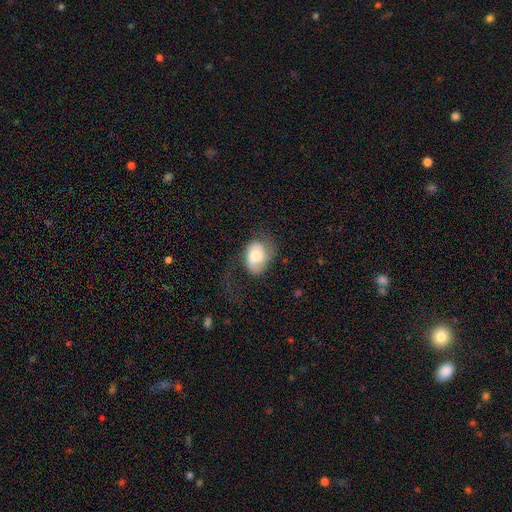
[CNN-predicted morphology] A smooth galaxy with no disk features (60%) that is in between round and cigar-shaped (78%).

Vote fractions:
- Smooth or featured? smooth: 60% / featured or disk: 32% / star or artifact: 7%
- How rounded? in between: 78% / round: 21% / cigar-shaped: 1%
- Merging? none: 41% / major disturbance: 29% / minor disturbance: 28% / merger: 2%